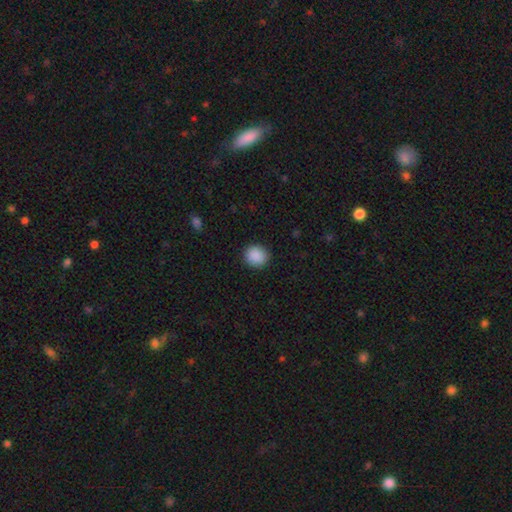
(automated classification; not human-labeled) Smooth or featured? smooth (89%)
How rounded? round (87%)
Merging? none (91%)